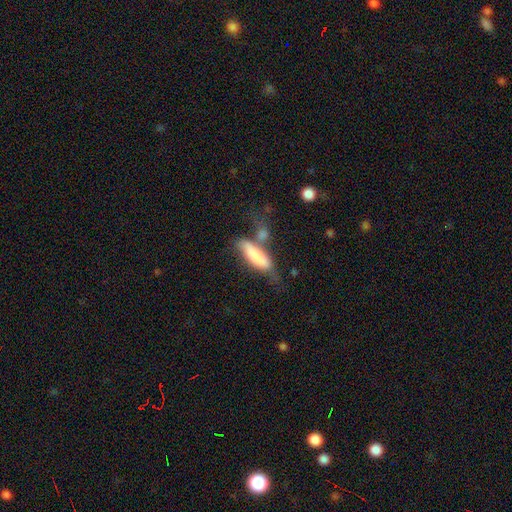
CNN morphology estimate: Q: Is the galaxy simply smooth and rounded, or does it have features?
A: smooth — 75%.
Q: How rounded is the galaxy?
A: cigar-shaped — 54%.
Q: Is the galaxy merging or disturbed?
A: none — 35%.